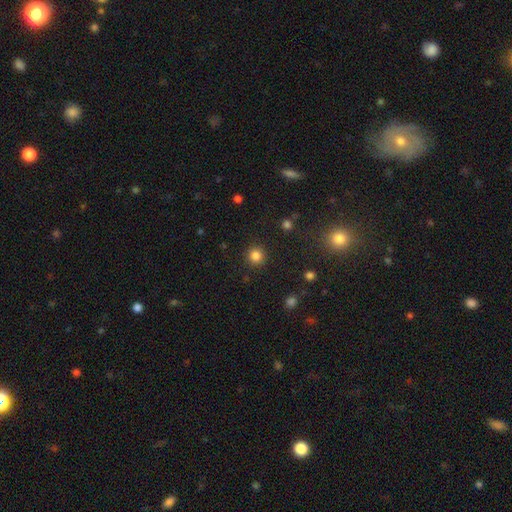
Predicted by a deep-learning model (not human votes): Morphology: type=smooth (83%); roundness=round (94%); merging=none (91%).